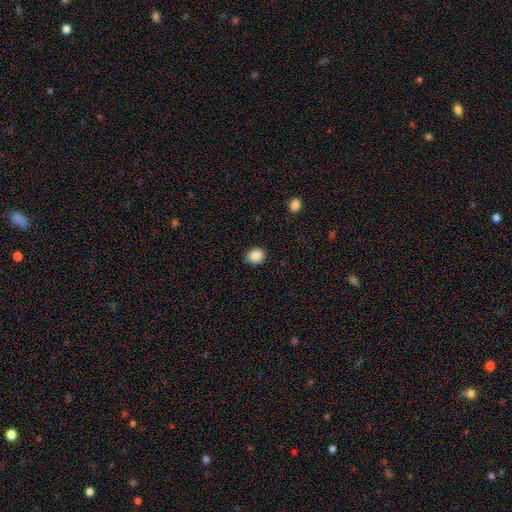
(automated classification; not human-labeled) This is clearly a smooth galaxy (87%). How rounded: likely round (65%). Merging: clearly none (87%).